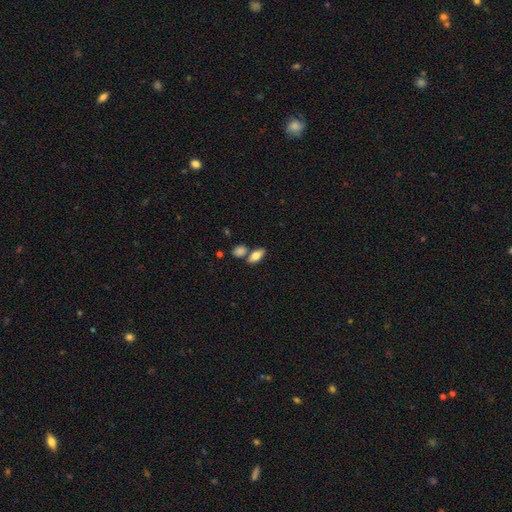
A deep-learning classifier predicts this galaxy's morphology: Q: Smooth or featured?
A: smooth (72%); runner-up: featured or disk (21%)
Q: How rounded?
A: in between (84%); runner-up: cigar-shaped (11%)
Q: Merging?
A: none (65%); runner-up: merger (20%)